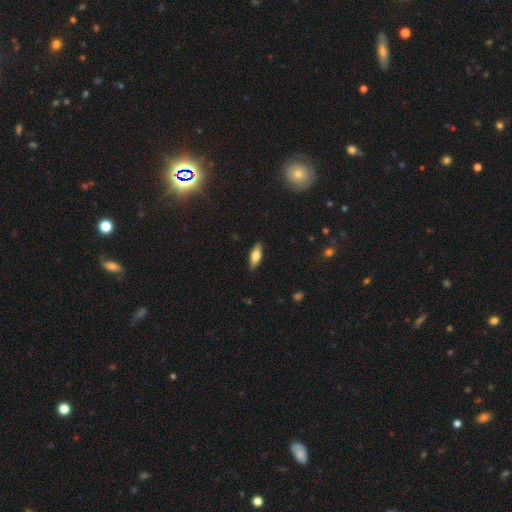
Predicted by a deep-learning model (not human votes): This is likely a smooth galaxy (71%). How rounded: likely in between (68%). Merging: clearly none (88%).